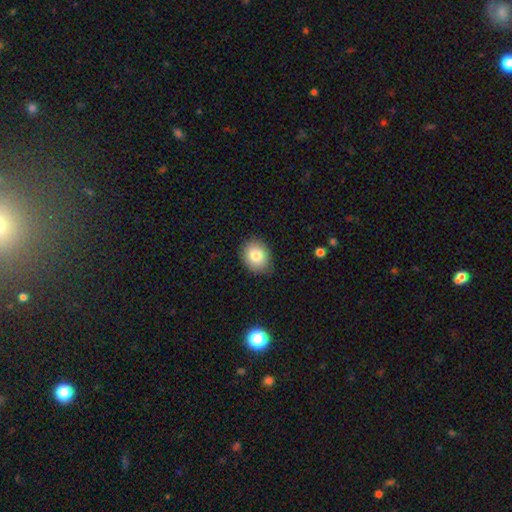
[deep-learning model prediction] A smooth galaxy with no disk features (83%) that is in between round and cigar-shaped (50%).

Vote fractions:
- Smooth or featured? smooth: 83% / star or artifact: 8% / featured or disk: 8%
- How rounded? in between: 50% / round: 49% / cigar-shaped: 1%
- Merging? none: 82% / minor disturbance: 14% / major disturbance: 3% / merger: 1%